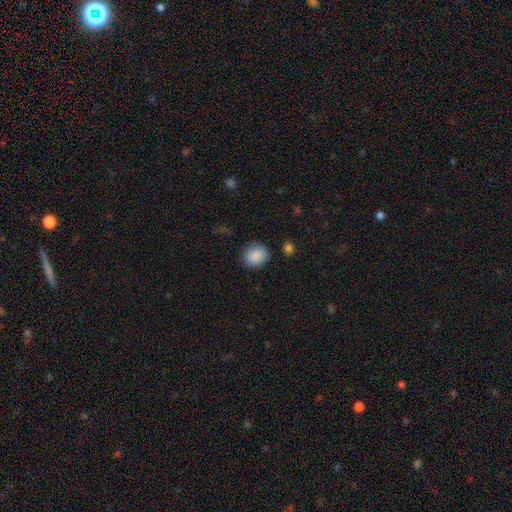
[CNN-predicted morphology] Smooth or featured?
  - smooth: 89% *
  - star or artifact: 8%
  - featured or disk: 4%
How rounded?
  - round: 67% *
  - in between: 32%
  - cigar-shaped: 1%
Merging?
  - none: 81% *
  - minor disturbance: 13%
  - major disturbance: 4%
  - merger: 2%